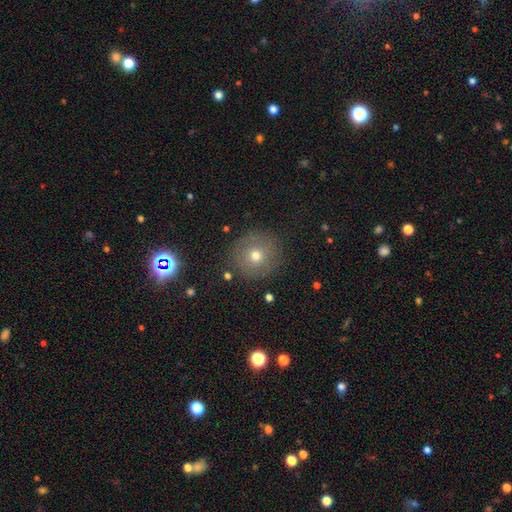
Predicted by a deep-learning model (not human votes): smooth-or-featured: smooth: 67% | featured or disk: 19% | star or artifact: 15%
  how-rounded: round: 94% | in between: 5% | cigar-shaped: 1%
  merging: none: 86% | minor disturbance: 9% | major disturbance: 3% | merger: 2%